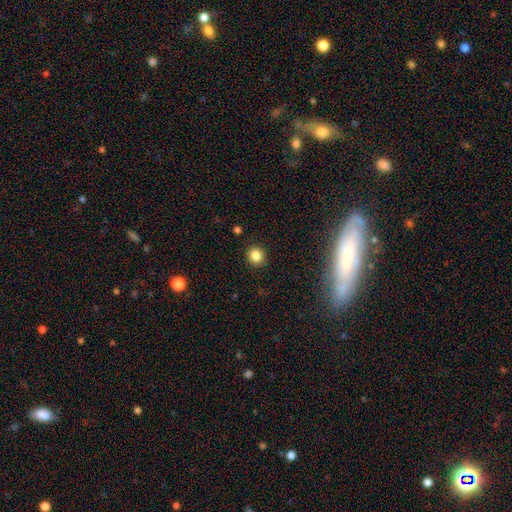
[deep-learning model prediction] Smooth or featured? smooth (84%)
How rounded? round (85%)
Merging? none (90%)